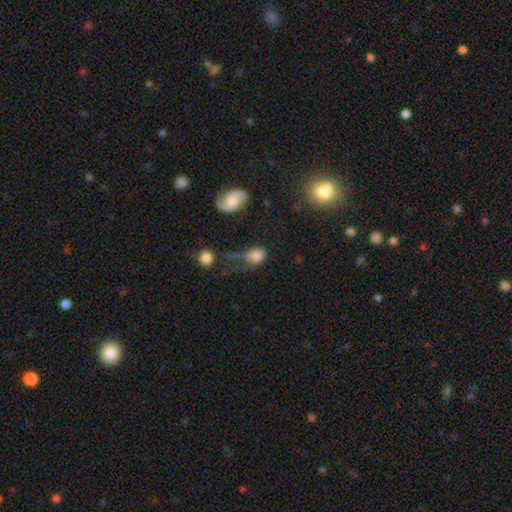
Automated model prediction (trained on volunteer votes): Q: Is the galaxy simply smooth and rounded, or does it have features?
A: smooth — 71%.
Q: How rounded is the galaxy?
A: in between — 60%.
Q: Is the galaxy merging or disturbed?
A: major disturbance — 34%.